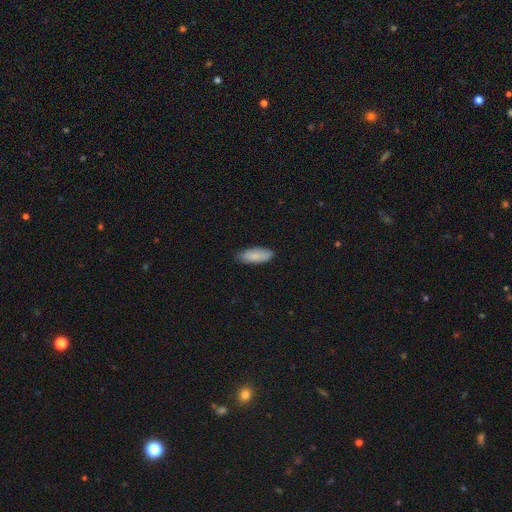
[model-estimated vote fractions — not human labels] A smooth galaxy with no disk features (85%) that is in between round and cigar-shaped (80%).

Vote fractions:
- Smooth or featured? smooth: 85% / featured or disk: 10% / star or artifact: 6%
- How rounded? in between: 80% / cigar-shaped: 18% / round: 2%
- Merging? none: 80% / minor disturbance: 17% / major disturbance: 2% / merger: 1%